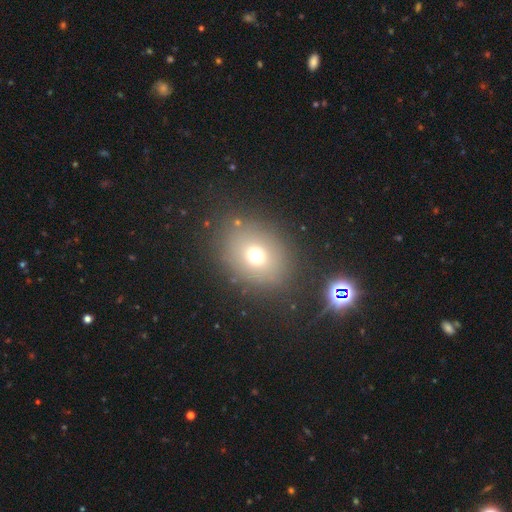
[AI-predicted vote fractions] This appears to be a smooth galaxy with no disk features (69%) that is round (52%). Merging: none (81%).